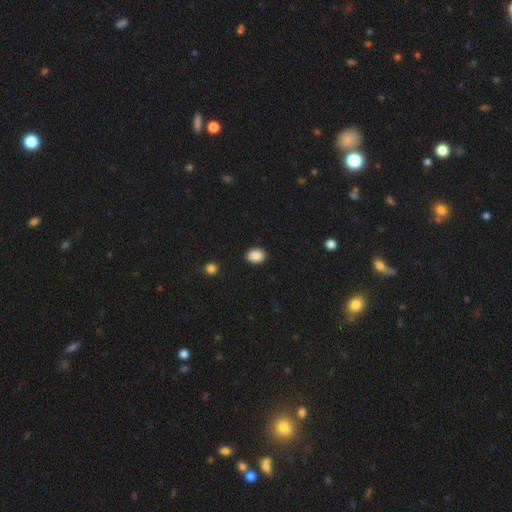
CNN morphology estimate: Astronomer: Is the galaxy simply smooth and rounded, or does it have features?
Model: smooth — 89%.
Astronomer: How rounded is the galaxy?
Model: in between — 64%.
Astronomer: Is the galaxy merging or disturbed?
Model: none — 90%.